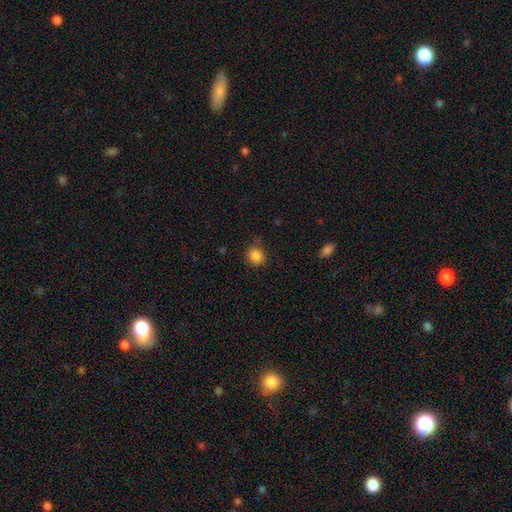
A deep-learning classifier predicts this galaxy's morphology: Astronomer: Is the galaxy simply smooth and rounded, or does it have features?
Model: smooth — 86%.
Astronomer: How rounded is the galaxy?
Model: round — 88%.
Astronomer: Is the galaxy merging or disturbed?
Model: none — 81%.